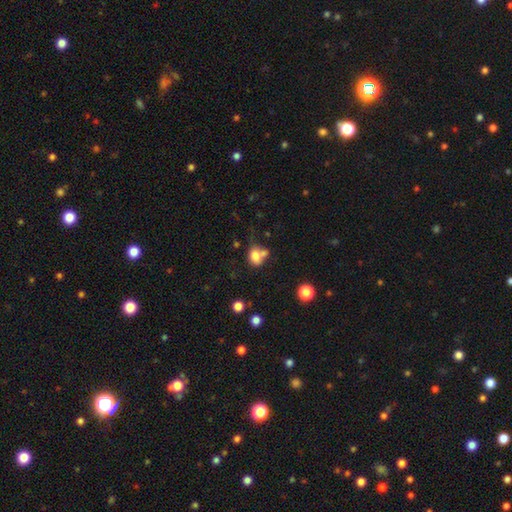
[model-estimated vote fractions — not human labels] smooth_or_featured: smooth (p=0.77) [alt: featured or disk p=0.12]
how_rounded: in between (p=0.58) [alt: round p=0.40]
merging: none (p=0.39) [alt: merger p=0.37]